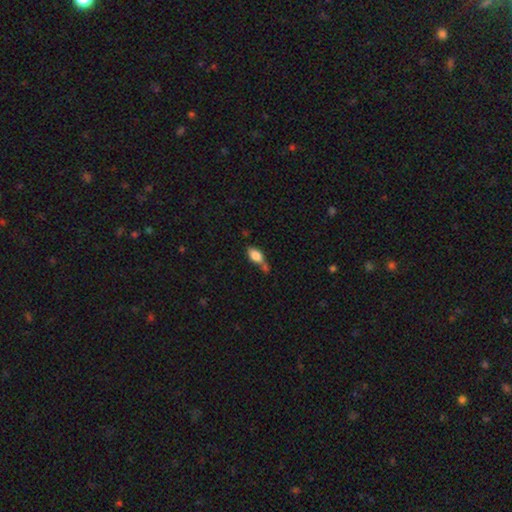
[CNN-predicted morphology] Smooth or featured: smooth — 82% (featured or disk — 10%)
How rounded: in between — 89% (round — 6%)
Merging: none — 41% (merger — 29%)